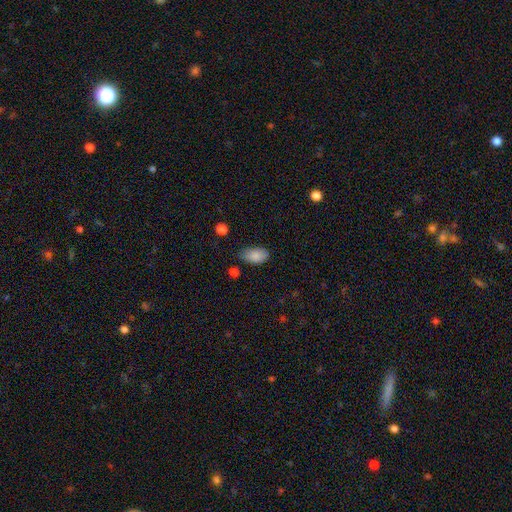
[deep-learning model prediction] Morphology: type=smooth (87%); roundness=in between (94%); merging=none (68%).